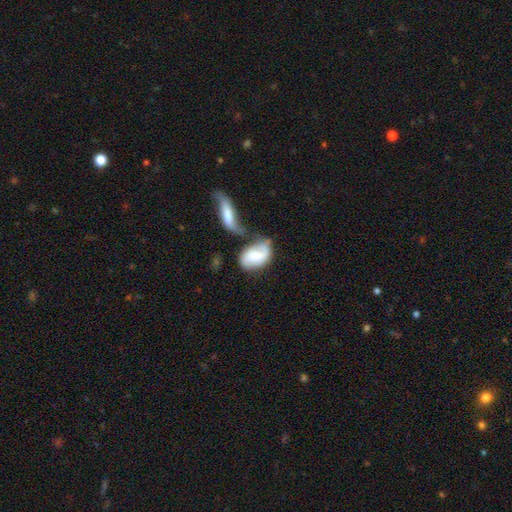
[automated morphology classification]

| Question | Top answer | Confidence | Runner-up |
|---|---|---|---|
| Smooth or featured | featured or disk | 50% | smooth (43%) |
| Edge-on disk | no | 94% | yes (6%) |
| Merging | merger | 37% | none (34%) |